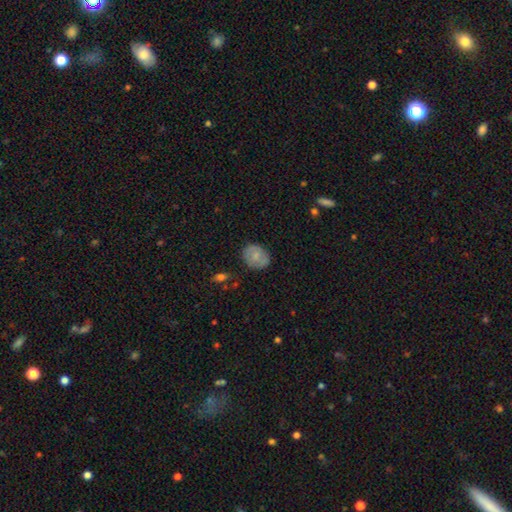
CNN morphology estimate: A smooth galaxy with no disk features (67%) that is in between round and cigar-shaped (50%).

Vote fractions:
- Smooth or featured? smooth: 67% / featured or disk: 25% / star or artifact: 8%
- How rounded? in between: 50% / round: 49% / cigar-shaped: 1%
- Merging? none: 79% / minor disturbance: 16% / major disturbance: 4% / merger: 2%